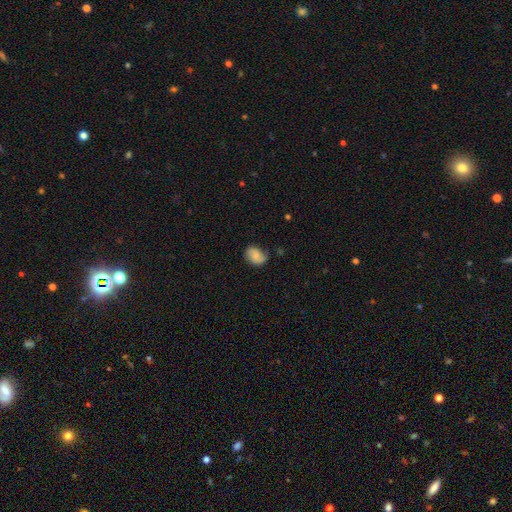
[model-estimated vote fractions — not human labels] This appears to be a smooth galaxy with no disk features (61%) that is in between round and cigar-shaped (65%). Merging: none (61%).